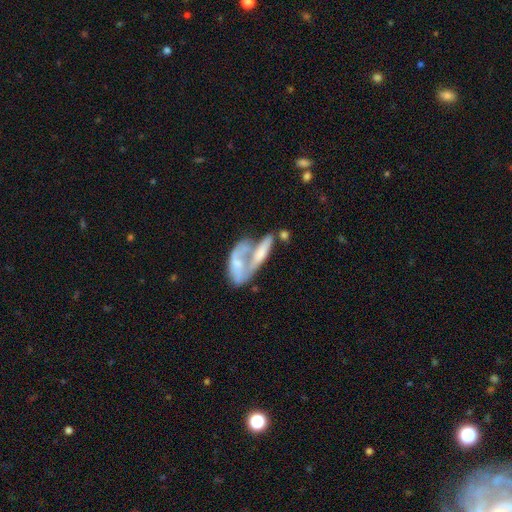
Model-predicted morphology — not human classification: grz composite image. It shows a featured or disk galaxy (56%). Merging: merger (67%).